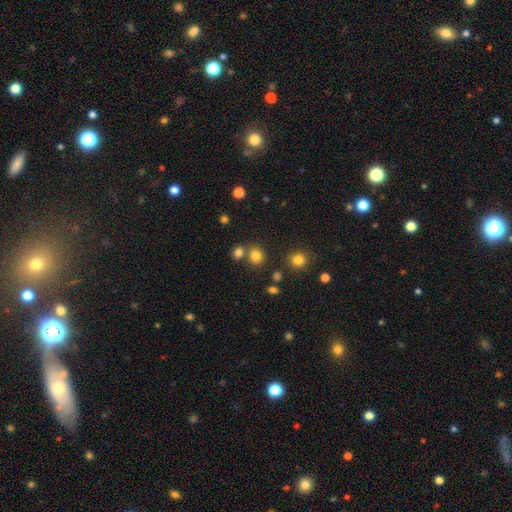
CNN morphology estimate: Smooth or featured?
  - smooth: 79% *
  - star or artifact: 15%
  - featured or disk: 6%
How rounded?
  - round: 73% *
  - in between: 26%
  - cigar-shaped: 1%
Merging?
  - none: 67% *
  - merger: 21%
  - minor disturbance: 9%
  - major disturbance: 4%